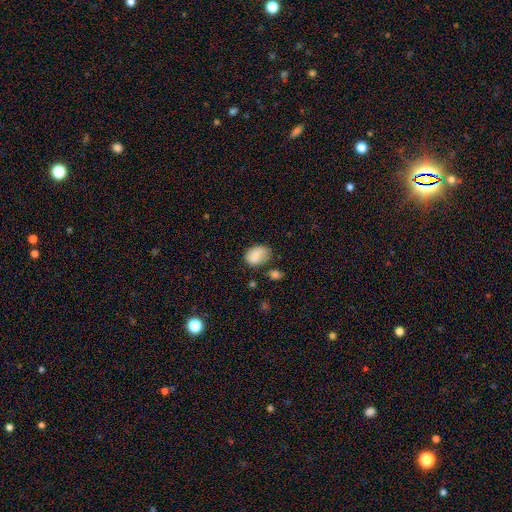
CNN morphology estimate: Smooth or featured? Predicted: smooth (p=0.80). How rounded? Predicted: in between (p=0.73). Merging? Predicted: none (p=0.59).